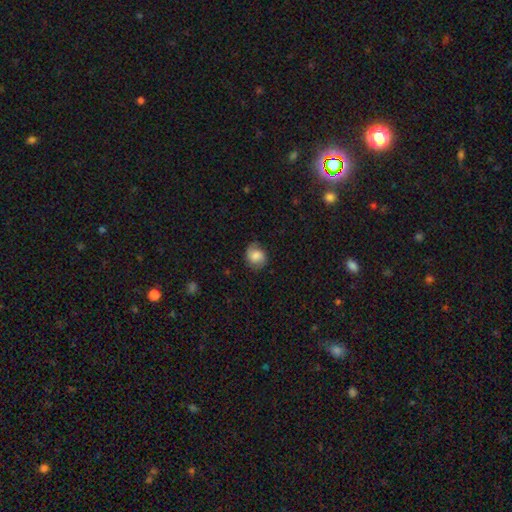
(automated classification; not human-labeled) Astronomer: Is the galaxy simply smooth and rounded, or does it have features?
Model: smooth — 55% (runner-up: featured or disk, 36%).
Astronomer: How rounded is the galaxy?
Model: round — 64%.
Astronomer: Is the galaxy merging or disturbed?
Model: none — 71%.